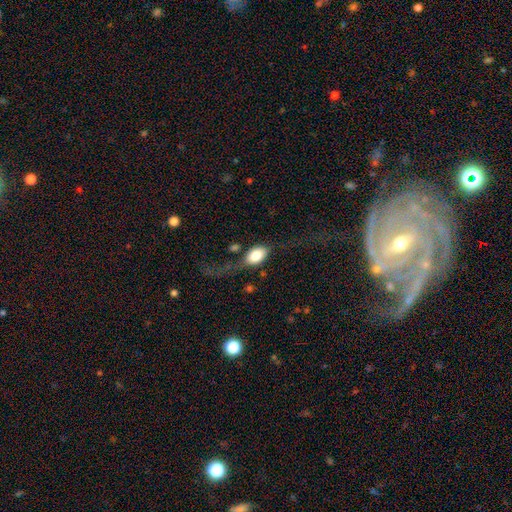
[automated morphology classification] Smooth or featured?
  - smooth: 71% *
  - featured or disk: 22%
  - star or artifact: 7%
How rounded?
  - in between: 87% *
  - round: 10%
  - cigar-shaped: 3%
Merging?
  - none: 41% *
  - major disturbance: 34%
  - minor disturbance: 16%
  - merger: 9%